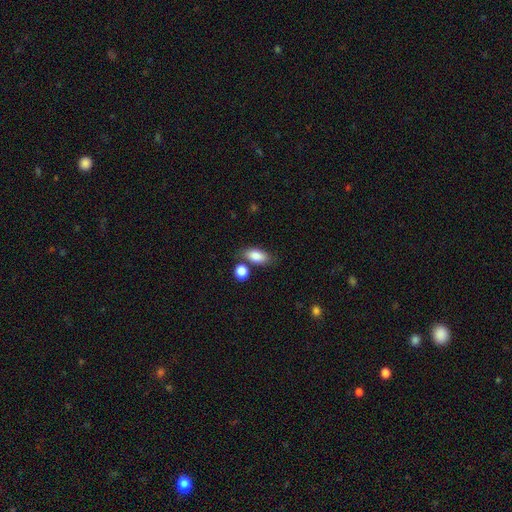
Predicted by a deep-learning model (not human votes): A smooth galaxy with no disk features (85%) that is in between round and cigar-shaped (88%).

Vote fractions:
- Smooth or featured? smooth: 85% / featured or disk: 8% / star or artifact: 7%
- How rounded? in between: 88% / round: 7% / cigar-shaped: 6%
- Merging? none: 66% / merger: 16% / minor disturbance: 14% / major disturbance: 4%